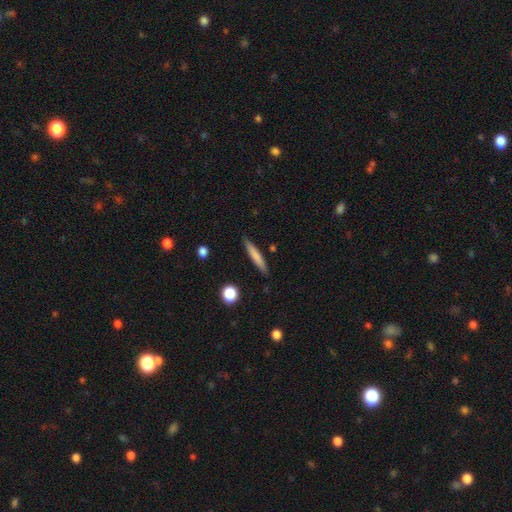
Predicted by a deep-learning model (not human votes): Smooth or featured? smooth (72%)
How rounded? cigar-shaped (93%)
Merging? none (88%)